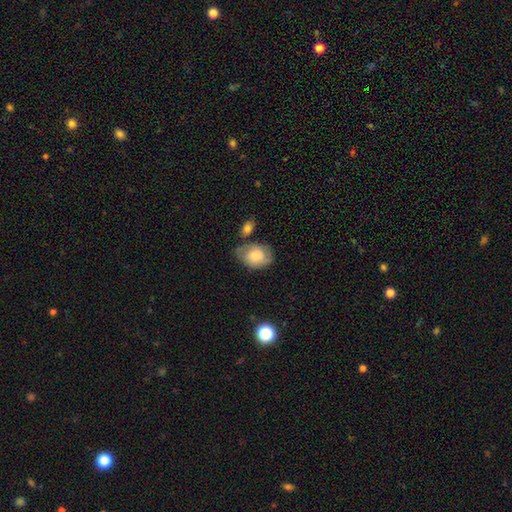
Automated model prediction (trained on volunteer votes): Smooth or featured: smooth — 60% (featured or disk — 33%)
How rounded: in between — 70% (round — 29%)
Merging: none — 51% (minor disturbance — 27%)